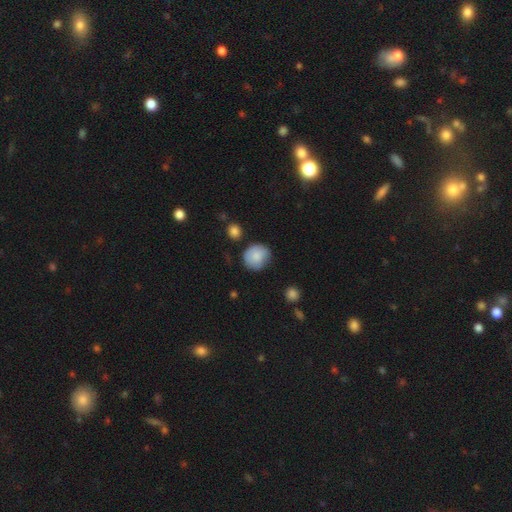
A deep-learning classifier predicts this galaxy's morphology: A smooth galaxy with no disk features (81%) that is round (80%).

Vote fractions:
- Smooth or featured? smooth: 81% / featured or disk: 12% / star or artifact: 7%
- How rounded? round: 80% / in between: 19% / cigar-shaped: 1%
- Merging? none: 68% / minor disturbance: 23% / major disturbance: 5% / merger: 3%